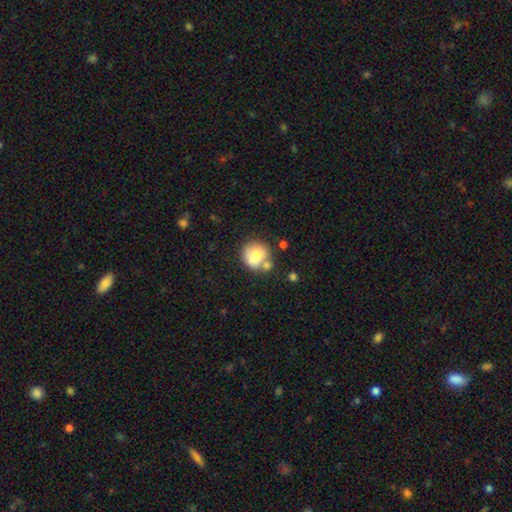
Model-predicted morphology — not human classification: Smooth or featured?
  - smooth: 71% *
  - featured or disk: 21%
  - star or artifact: 8%
How rounded?
  - round: 82% *
  - in between: 17%
  - cigar-shaped: 1%
Merging?
  - none: 48% *
  - merger: 27%
  - minor disturbance: 17%
  - major disturbance: 7%